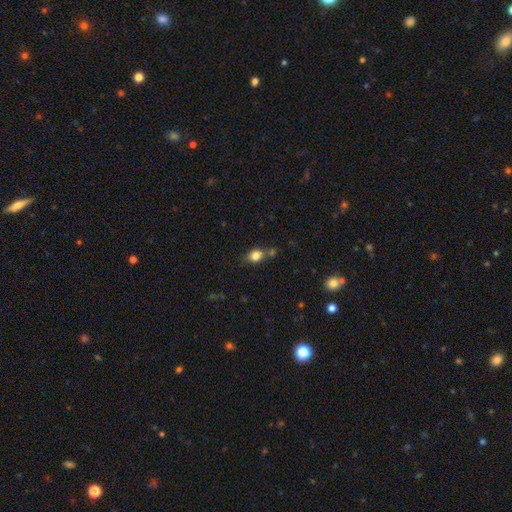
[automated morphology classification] Smooth or featured?
  - smooth: 81% *
  - star or artifact: 10%
  - featured or disk: 9%
How rounded?
  - in between: 58% *
  - round: 40%
  - cigar-shaped: 2%
Merging?
  - none: 59% *
  - minor disturbance: 19%
  - merger: 17%
  - major disturbance: 6%